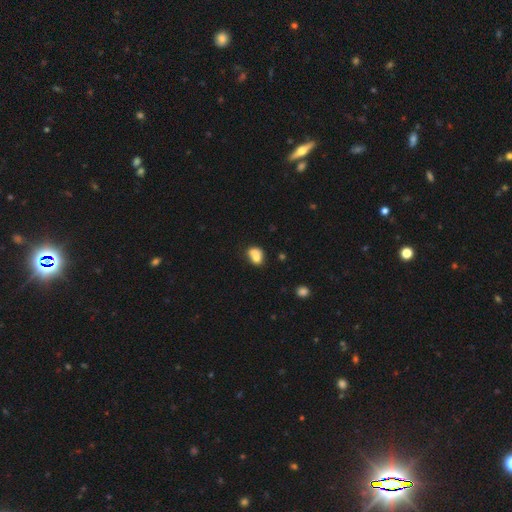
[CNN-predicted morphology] Smooth or featured?
  - smooth: 72% *
  - featured or disk: 19%
  - star or artifact: 10%
How rounded?
  - round: 51% *
  - in between: 48%
  - cigar-shaped: 1%
Merging?
  - merger: 54% *
  - none: 28%
  - minor disturbance: 12%
  - major disturbance: 6%